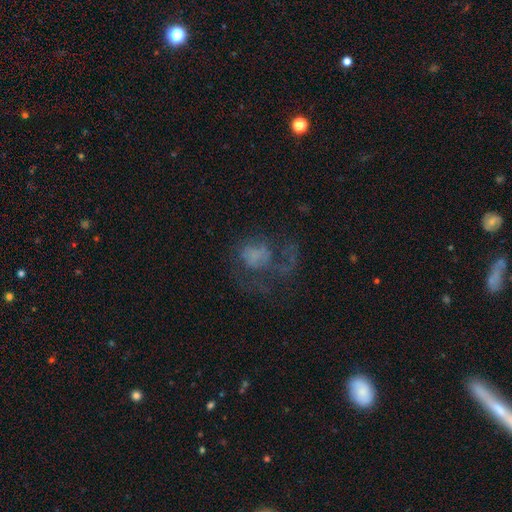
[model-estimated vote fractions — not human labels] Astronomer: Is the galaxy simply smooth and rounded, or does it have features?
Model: featured or disk — 49% (runner-up: smooth, 34%).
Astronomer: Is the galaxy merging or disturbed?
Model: major disturbance — 48% (runner-up: none, 33%).